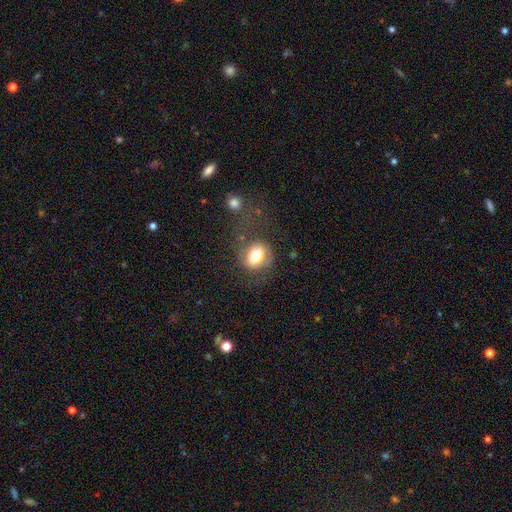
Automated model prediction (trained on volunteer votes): smooth_or_featured: smooth (p=0.68) [alt: featured or disk p=0.23]
how_rounded: in between (p=0.52) [alt: round p=0.46]
merging: none (p=0.53) [alt: minor disturbance p=0.21]